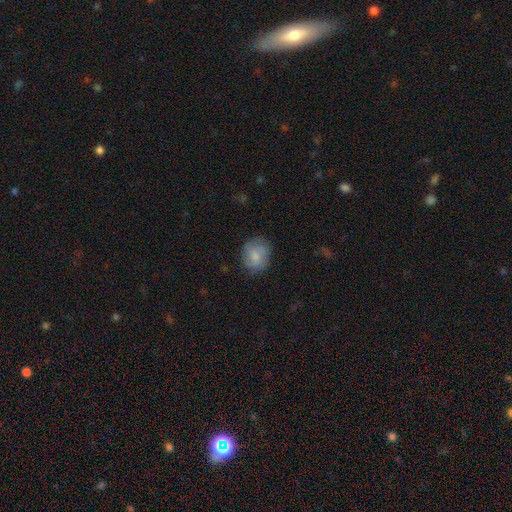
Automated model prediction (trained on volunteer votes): smooth_or_featured: smooth (p=0.72) [alt: featured or disk p=0.21]
how_rounded: round (p=0.65) [alt: in between p=0.34]
merging: none (p=0.73) [alt: minor disturbance p=0.20]